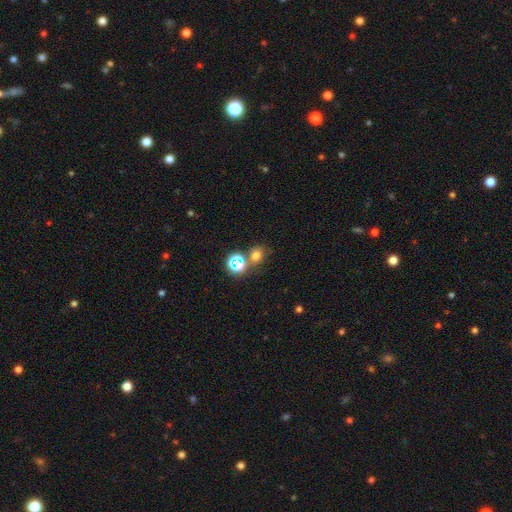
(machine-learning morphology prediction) A smooth galaxy with no disk features (66%) that is round (68%).

Vote fractions:
- Smooth or featured? smooth: 66% / star or artifact: 25% / featured or disk: 8%
- How rounded? round: 68% / in between: 31% / cigar-shaped: 1%
- Merging? none: 62% / merger: 23% / minor disturbance: 10% / major disturbance: 4%